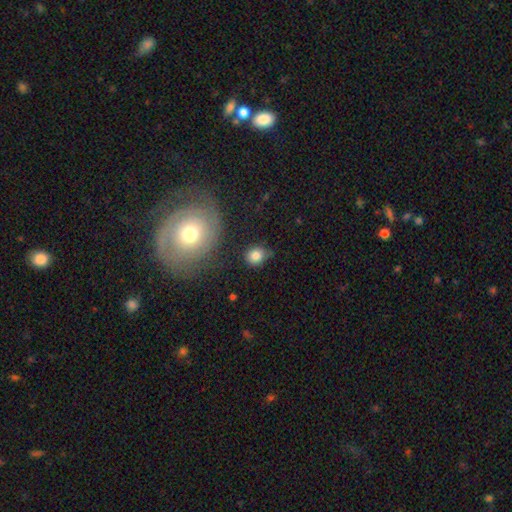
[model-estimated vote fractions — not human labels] The model was most divided on "merging": none: 75%, minor disturbance: 16%, major disturbance: 5%, merger: 4%. More confident: smooth or featured — smooth (83%); how rounded — round (79%).